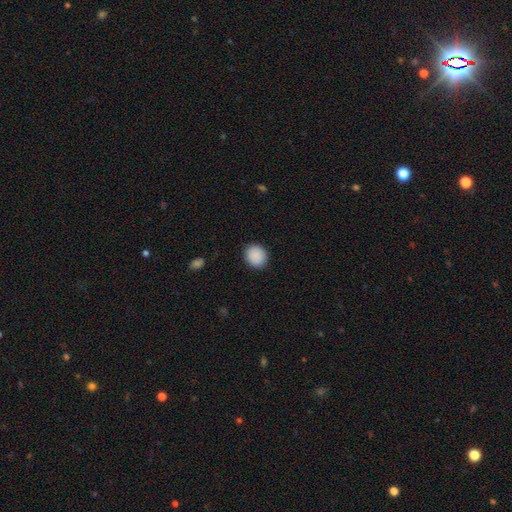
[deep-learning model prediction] Smooth or featured? Predicted: smooth (p=0.90). How rounded? Predicted: round (p=0.75). Merging? Predicted: none (p=0.90).